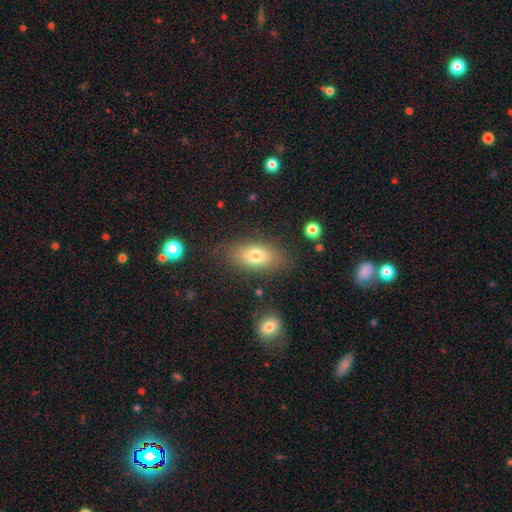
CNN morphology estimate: smooth 76%, featured or disk 16%, star or artifact 9%. Down the decision tree: how rounded — in between (86%); merging — none (80%).